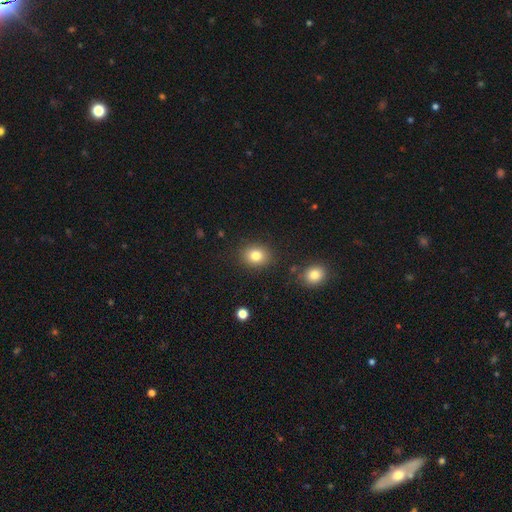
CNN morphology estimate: Smooth or featured? smooth (82%)
How rounded? round (59%)
Merging? none (85%)